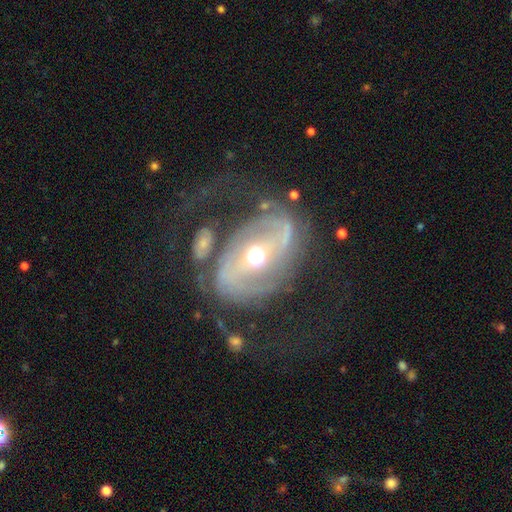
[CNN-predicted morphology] smooth-or-featured: featured or disk: 83% | smooth: 11% | star or artifact: 6%
  disk-edge-on: no: 96% | yes: 4%
    bar: weak: 36% | strong: 33% | no: 31%
    has-spiral-arms: yes: 83% | no: 17%
      spiral-winding: medium: 41% | loose: 32% | tight: 26%
      spiral-arm-count: 2: 80% | can't tell: 10% | 1: 4% | 3: 3% | 4: 2% | more than 4: 2%
    bulge-size: moderate: 73% | small: 12% | large: 12% | dominant: 2% | none: 1%
  merging: none: 57% | minor disturbance: 18% | major disturbance: 17% | merger: 8%